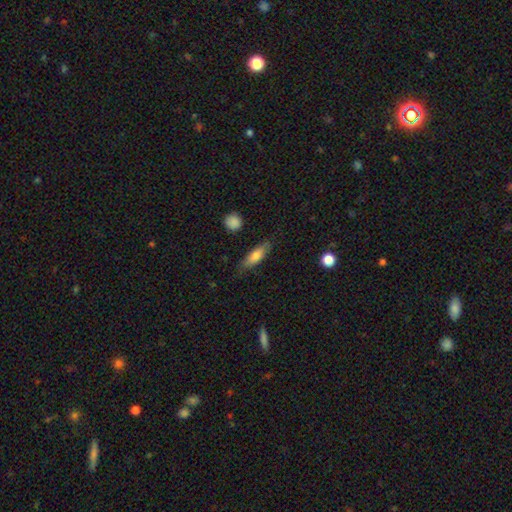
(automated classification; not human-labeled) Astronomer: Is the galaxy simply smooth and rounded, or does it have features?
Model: smooth — 70%.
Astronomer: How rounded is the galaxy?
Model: cigar-shaped — 49% (runner-up: in between, 48%).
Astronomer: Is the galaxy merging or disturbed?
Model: none — 79%.